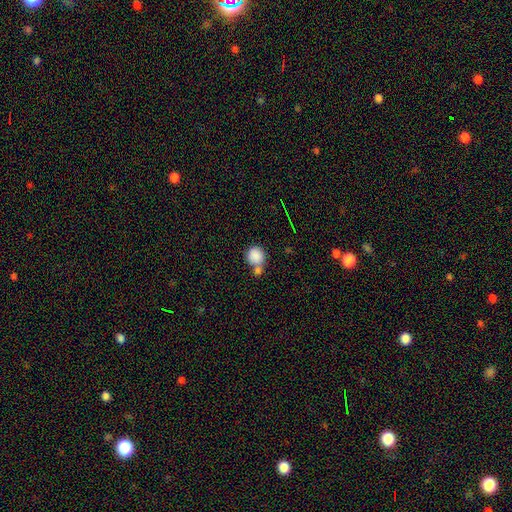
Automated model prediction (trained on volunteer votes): A smooth galaxy with no disk features (84%) that is round (87%). Merging: none (45%).